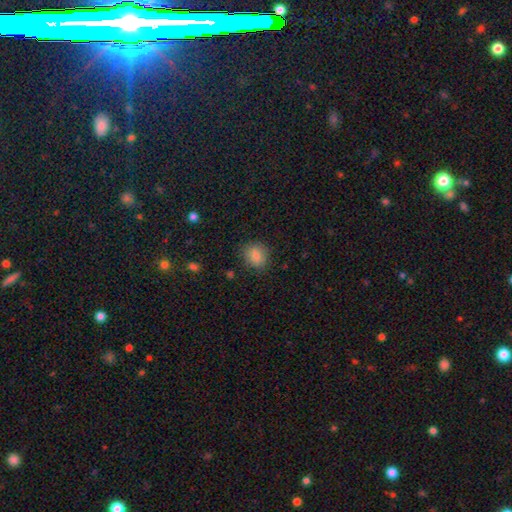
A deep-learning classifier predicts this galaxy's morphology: smooth-or-featured: smooth: 83% | star or artifact: 10% | featured or disk: 7%
  how-rounded: round: 68% | in between: 31% | cigar-shaped: 1%
  merging: none: 81% | minor disturbance: 14% | major disturbance: 4% | merger: 1%